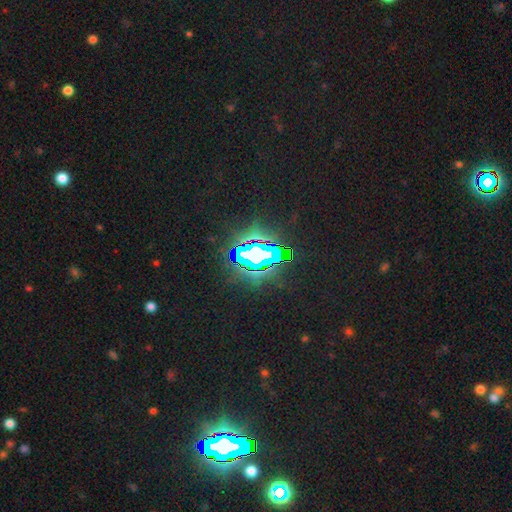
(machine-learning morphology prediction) The model was most divided on "smooth or featured": star or artifact: 75%, smooth: 13%, featured or disk: 12%.